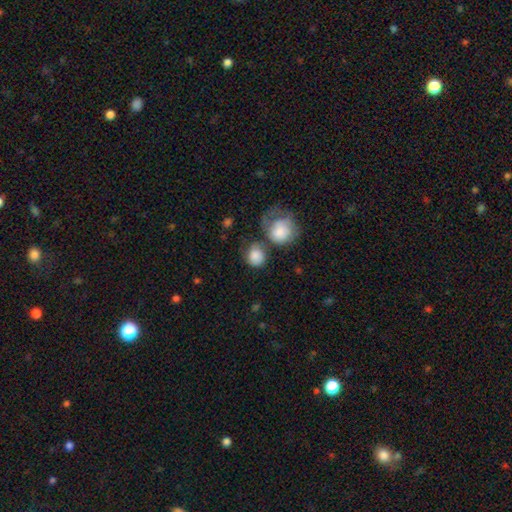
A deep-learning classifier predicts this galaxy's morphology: smooth 82%, featured or disk 11%, star or artifact 7%. Down the decision tree: how rounded — round (79%); merging — none (47%).